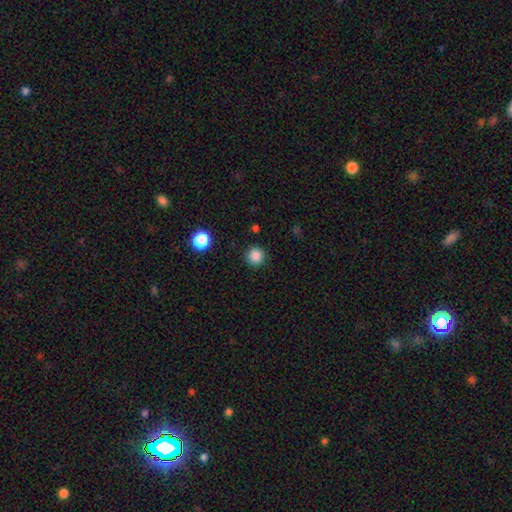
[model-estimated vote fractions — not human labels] Q: Smooth or featured?
A: smooth (86%); runner-up: star or artifact (11%)
Q: How rounded?
A: round (94%); runner-up: in between (5%)
Q: Merging?
A: none (90%); runner-up: minor disturbance (6%)